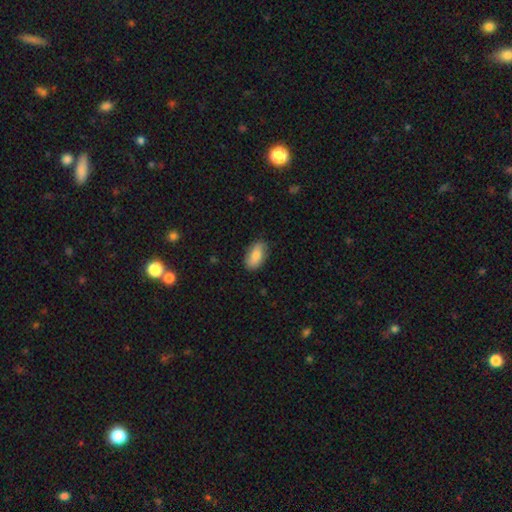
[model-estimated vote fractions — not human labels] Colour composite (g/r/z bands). It shows a smooth galaxy with no disk features (80%) that is in between round and cigar-shaped (92%). Merging: none (81%).